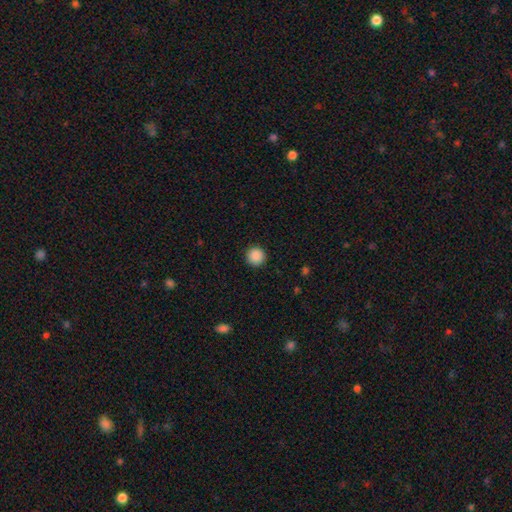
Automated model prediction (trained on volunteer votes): A smooth galaxy with no disk features (89%) that is round (95%).

Vote fractions:
- Smooth or featured? smooth: 89% / star or artifact: 9% / featured or disk: 3%
- How rounded? round: 95% / in between: 4% / cigar-shaped: 1%
- Merging? none: 93% / minor disturbance: 5% / major disturbance: 2% / merger: 1%